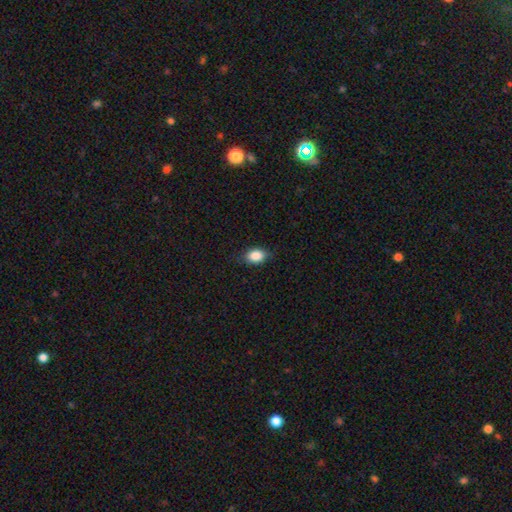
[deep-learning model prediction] Overall: smooth (86%). How rounded: in between (72%). Merging: none (82%).